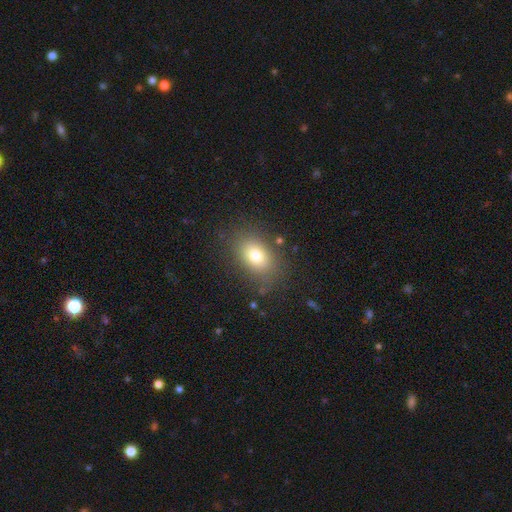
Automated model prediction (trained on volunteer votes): smooth-or-featured: smooth: 77% | featured or disk: 12% | star or artifact: 11%
  how-rounded: in between: 76% | round: 22% | cigar-shaped: 1%
  merging: none: 80% | minor disturbance: 13% | major disturbance: 6% | merger: 2%